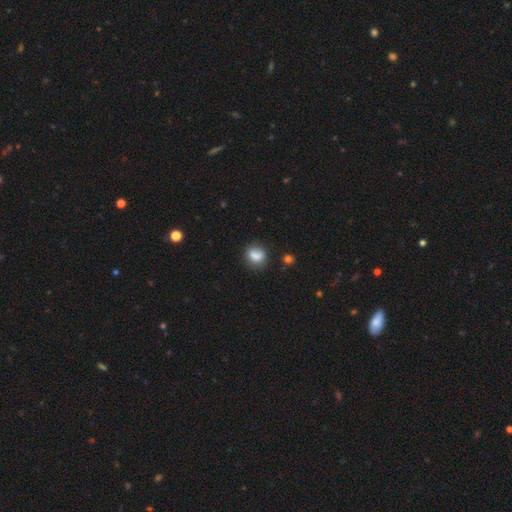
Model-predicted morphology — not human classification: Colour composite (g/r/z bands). It shows a smooth galaxy with no disk features (80%) that is round (53%). Merging: none (70%).